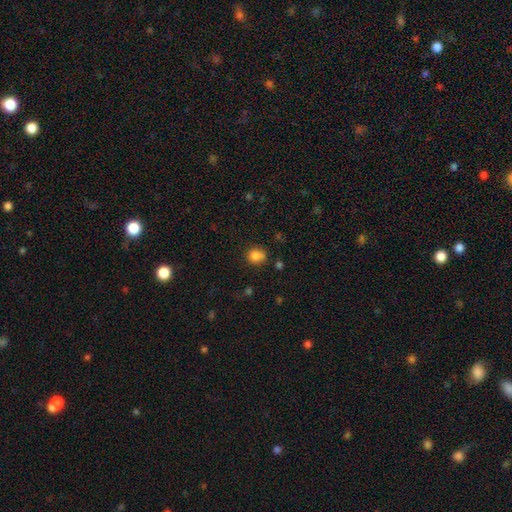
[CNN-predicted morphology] This is clearly a smooth galaxy (83%). How rounded: likely round (76%). Merging: likely none (68%).